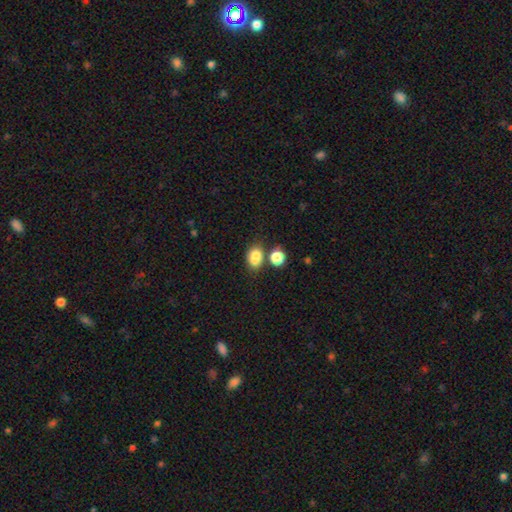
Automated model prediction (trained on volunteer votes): A smooth galaxy with no disk features (81%) that is in between round and cigar-shaped (65%).

Vote fractions:
- Smooth or featured? smooth: 81% / star or artifact: 11% / featured or disk: 8%
- How rounded? in between: 65% / round: 33% / cigar-shaped: 1%
- Merging? none: 51% / merger: 30% / minor disturbance: 14% / major disturbance: 5%